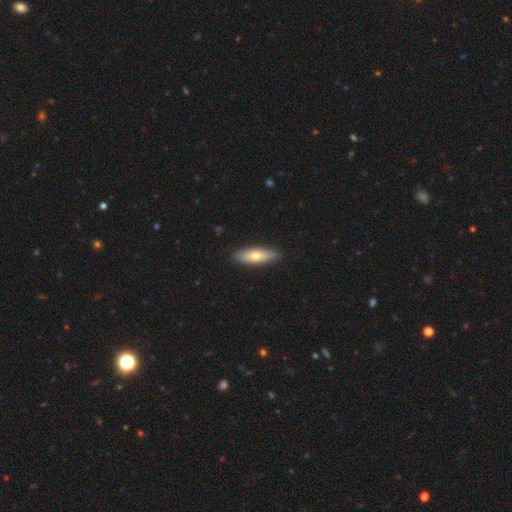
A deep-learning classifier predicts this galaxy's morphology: smooth_or_featured: smooth (p=0.66) [alt: featured or disk p=0.29]
how_rounded: cigar-shaped (p=0.49) [alt: in between p=0.48]
merging: none (p=0.89) [alt: minor disturbance p=0.08]